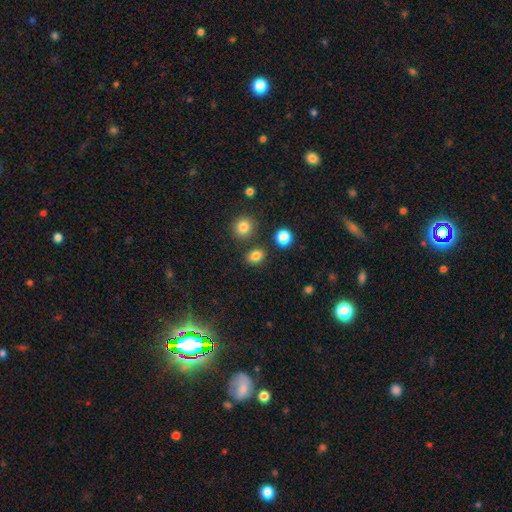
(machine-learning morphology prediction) type=smooth (81%); roundness=in between (55%); merging=none (80%).